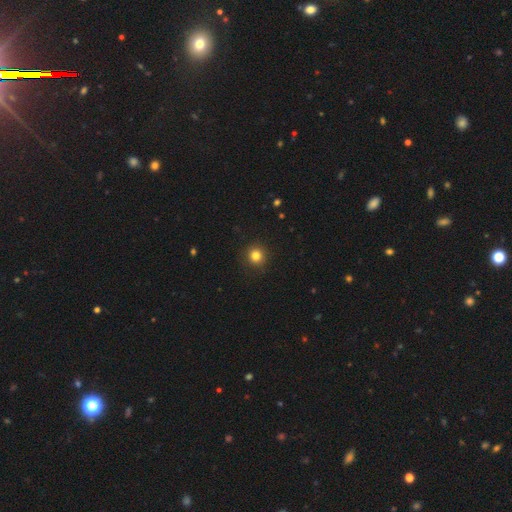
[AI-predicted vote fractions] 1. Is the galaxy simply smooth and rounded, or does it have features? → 82% smooth, 13% star or artifact, 5% featured or disk.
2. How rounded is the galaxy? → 94% round, 5% in between, 1% cigar-shaped.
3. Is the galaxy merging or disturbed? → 91% none, 6% minor disturbance, 2% major disturbance, 1% merger.